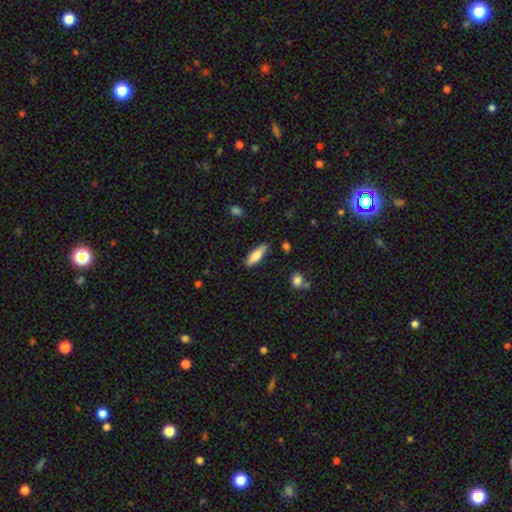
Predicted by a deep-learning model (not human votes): Smooth or featured? smooth (77%)
How rounded? cigar-shaped (50%)
Merging? none (80%)